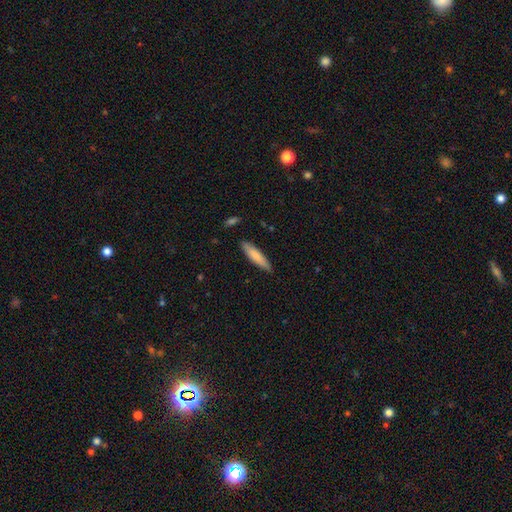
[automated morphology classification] Overall: smooth (78%). How rounded: cigar-shaped (81%). Merging: none (84%).